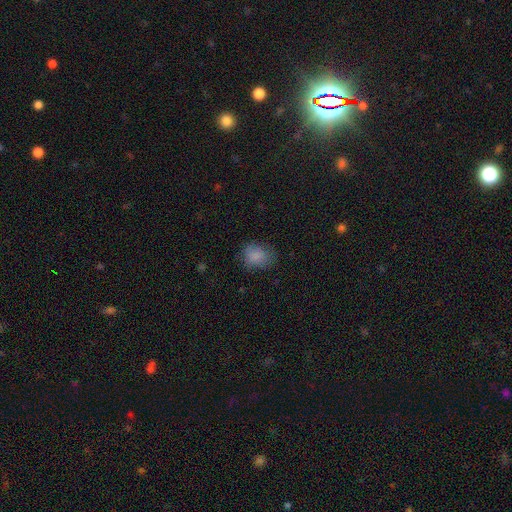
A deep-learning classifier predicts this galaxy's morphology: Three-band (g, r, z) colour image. It shows a smooth galaxy with no disk features (83%) that is in between round and cigar-shaped (53%). Merging: none (68%).